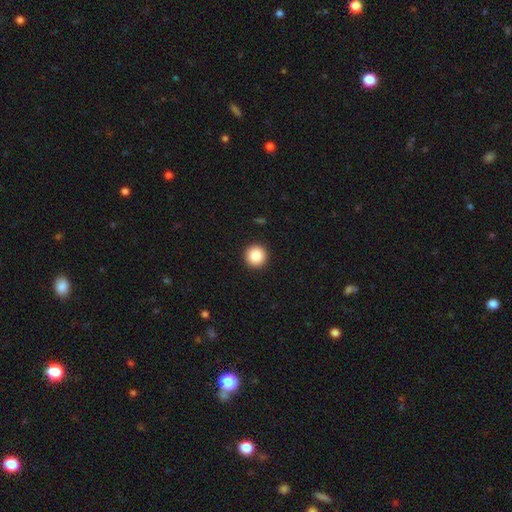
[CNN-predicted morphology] The model was most divided on "smooth or featured": smooth: 87%, star or artifact: 9%, featured or disk: 4%. More confident: how rounded — round (96%); merging — none (93%).